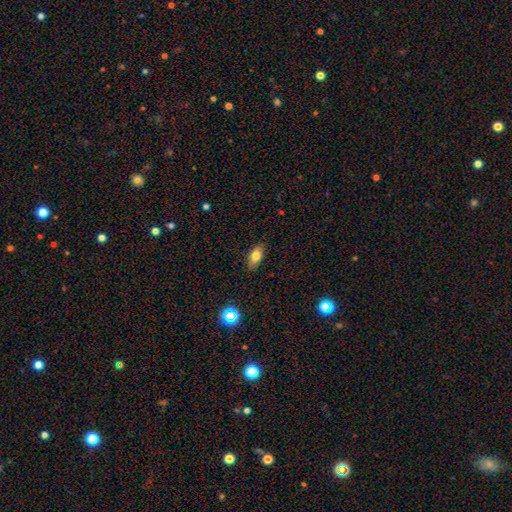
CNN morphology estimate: Smooth or featured? Predicted: smooth (p=0.76). How rounded? Predicted: in between (p=0.85). Merging? Predicted: none (p=0.86).